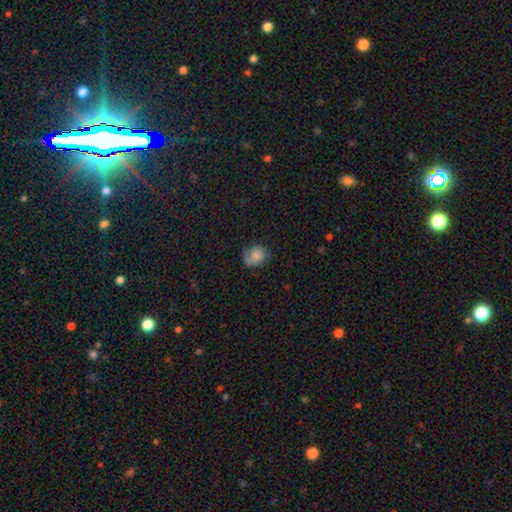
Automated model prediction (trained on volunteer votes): This appears to be a smooth galaxy with no disk features (73%) that is round (68%). Merging: none (57%).